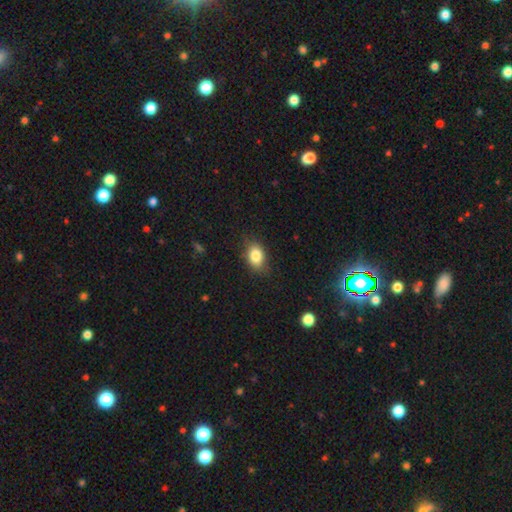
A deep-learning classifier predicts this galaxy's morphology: Smooth or featured? smooth (83%)
How rounded? in between (77%)
Merging? none (77%)